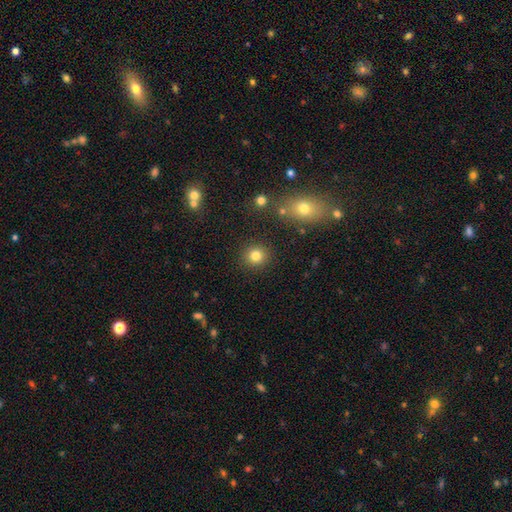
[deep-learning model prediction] This is clearly a smooth galaxy (82%). How rounded: clearly round (90%). Merging: clearly none (89%).